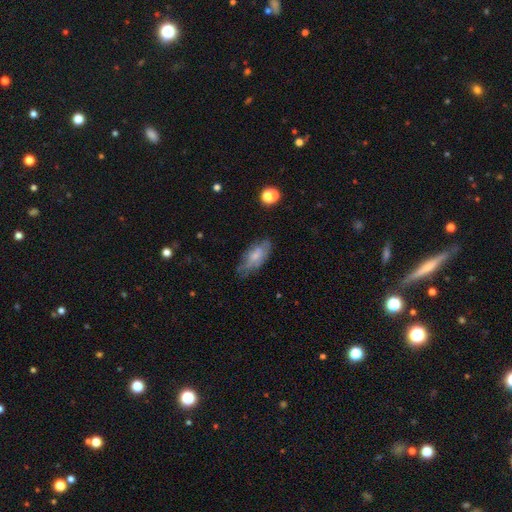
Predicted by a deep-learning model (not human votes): This appears to be a smooth galaxy with no disk features (56%) that is in between round and cigar-shaped (86%). Merging: none (58%).